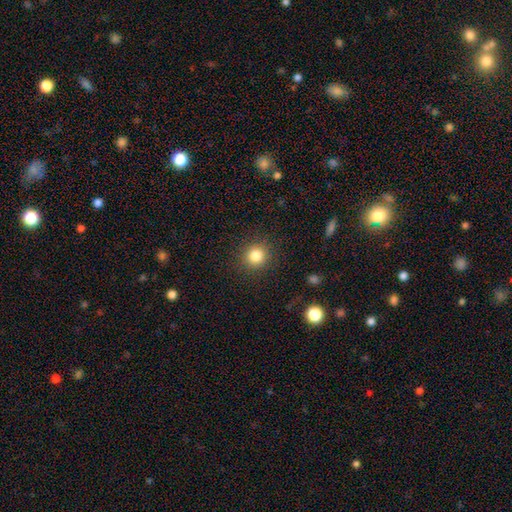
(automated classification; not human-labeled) smooth-or-featured: smooth: 83% | star or artifact: 12% | featured or disk: 6%
  how-rounded: round: 92% | in between: 8% | cigar-shaped: 1%
  merging: none: 90% | minor disturbance: 6% | major disturbance: 3% | merger: 1%